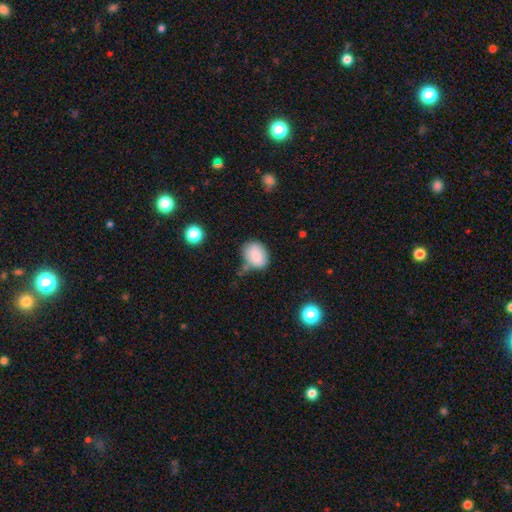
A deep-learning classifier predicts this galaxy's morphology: This is clearly a smooth galaxy (84%). How rounded: likely in between (68%). Merging: possibly none (58%).